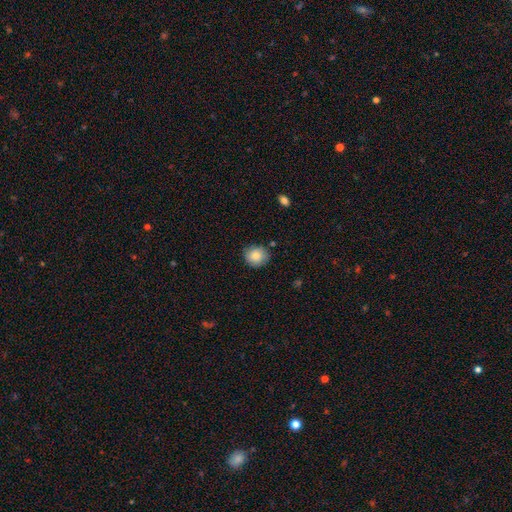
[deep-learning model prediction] The model was most divided on "how rounded": round: 83%, in between: 16%, cigar-shaped: 1%. More confident: merging — none (84%); smooth or featured — smooth (83%).